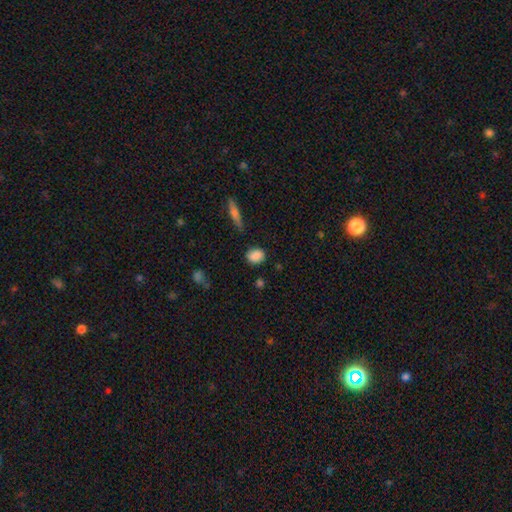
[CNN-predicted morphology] Smooth or featured? Predicted: smooth (p=0.86). How rounded? Predicted: in between (p=0.50). Merging? Predicted: none (p=0.82).